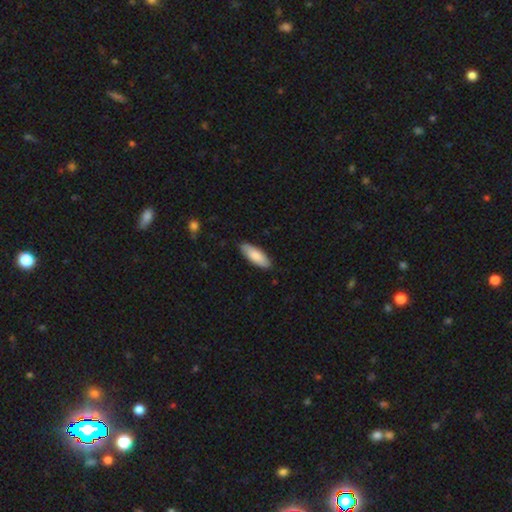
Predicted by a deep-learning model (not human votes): Overall: smooth (85%). How rounded: in between (68%; cigar-shaped 30%). Merging: none (87%).